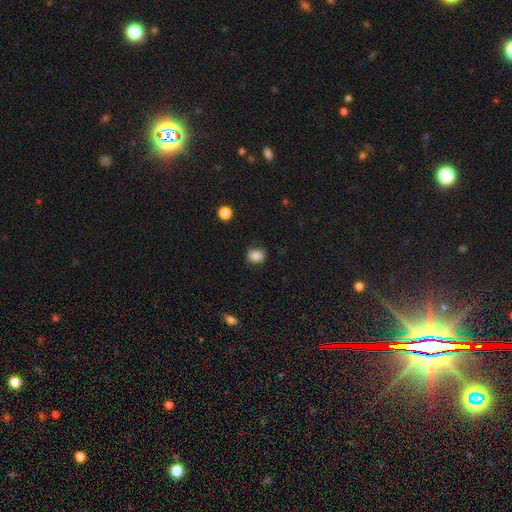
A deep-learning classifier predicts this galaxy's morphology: Smooth or featured: smooth — 84% (star or artifact — 10%)
How rounded: round — 58% (in between — 41%)
Merging: none — 79% (minor disturbance — 16%)